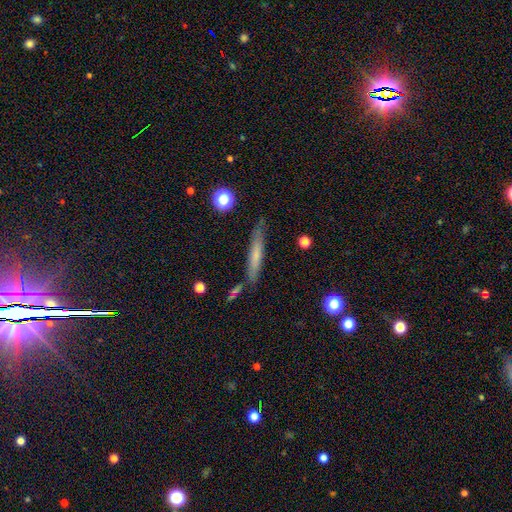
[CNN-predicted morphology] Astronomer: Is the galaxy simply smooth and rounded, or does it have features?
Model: smooth — 60%.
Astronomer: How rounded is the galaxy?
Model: cigar-shaped — 91%.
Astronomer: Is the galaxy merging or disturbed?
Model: none — 78%.